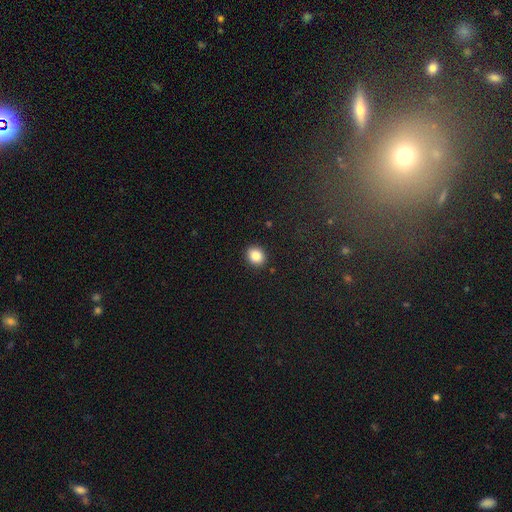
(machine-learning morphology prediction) Overall: smooth (87%). How rounded: round (64%; in between 35%). Merging: none (91%).